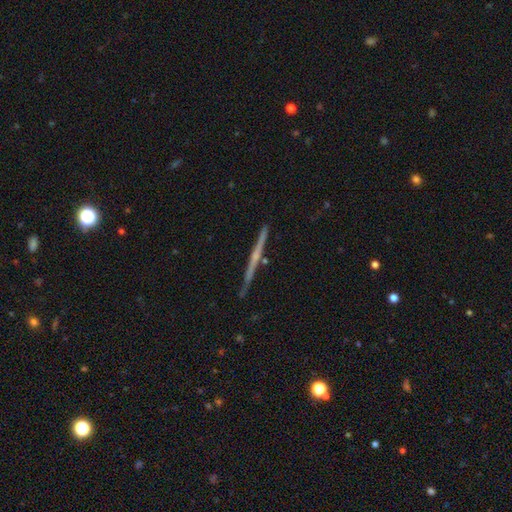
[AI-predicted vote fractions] featured or disk 69%, smooth 25%, star or artifact 6%. Down the decision tree: edge-on disk — yes (98%); edge-on bulge — none (69%); merging — none (87%).